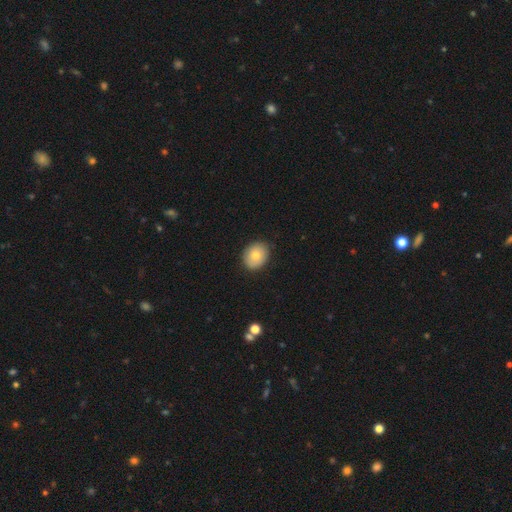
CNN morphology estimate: A smooth galaxy with no disk features (76%) that is round (52%).

Vote fractions:
- Smooth or featured? smooth: 76% / featured or disk: 16% / star or artifact: 8%
- How rounded? round: 52% / in between: 47% / cigar-shaped: 1%
- Merging? none: 86% / minor disturbance: 11% / major disturbance: 2% / merger: 1%